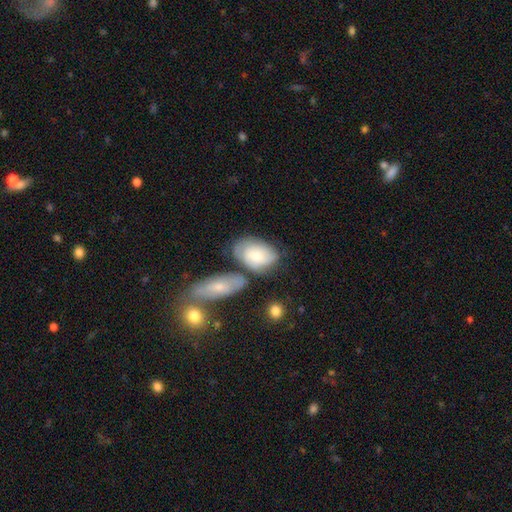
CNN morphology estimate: Overall: smooth (53%; featured or disk 39%). How rounded: in between (86%). Merging: none (49%; minor disturbance 22%).